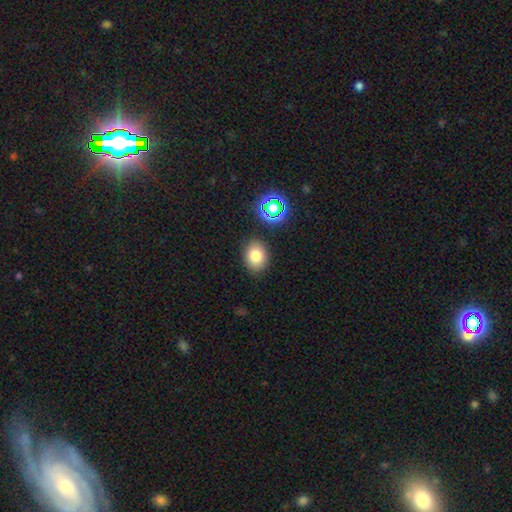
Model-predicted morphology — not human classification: Overall: smooth (78%). How rounded: in between (59%; round 40%). Merging: none (86%).